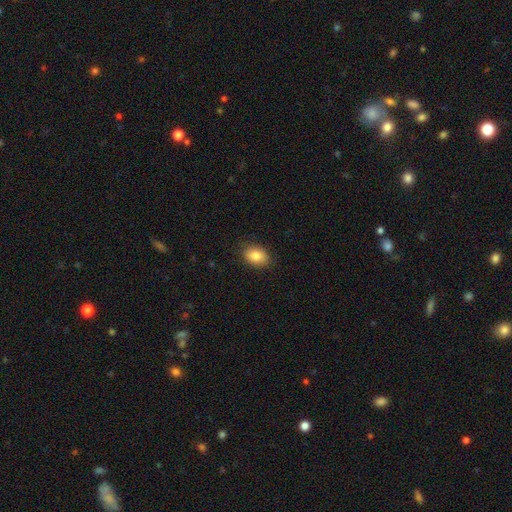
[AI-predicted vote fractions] Smooth or featured? Predicted: smooth (p=0.86). How rounded? Predicted: in between (p=0.76). Merging? Predicted: none (p=0.87).